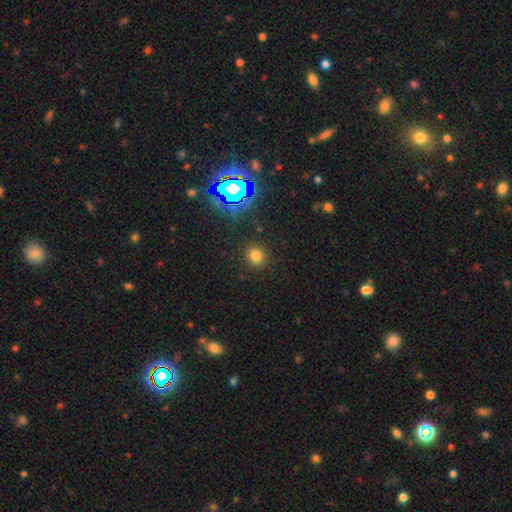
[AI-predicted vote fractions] This appears to be a smooth galaxy with no disk features (73%) that is round (86%). Merging: none (90%).